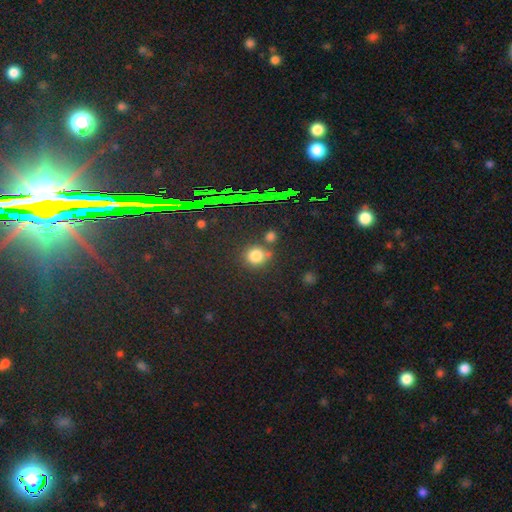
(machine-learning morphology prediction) This is likely a smooth galaxy (78%). How rounded: clearly round (87%). Merging: likely none (66%).